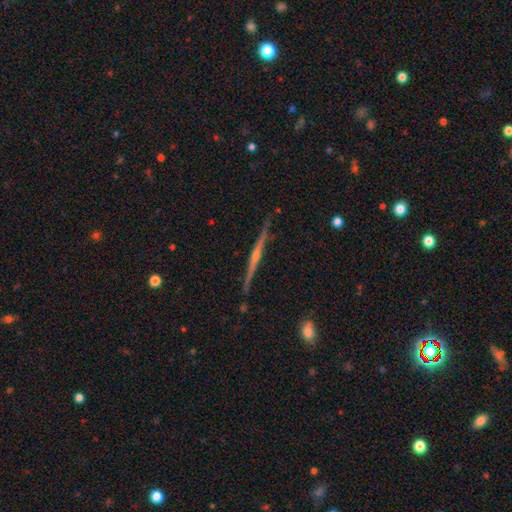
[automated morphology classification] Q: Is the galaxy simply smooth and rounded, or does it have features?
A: featured or disk — 75%.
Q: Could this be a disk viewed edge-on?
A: yes — 97%.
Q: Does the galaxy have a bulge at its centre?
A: rounded — 73%.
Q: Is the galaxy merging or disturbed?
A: none — 88%.